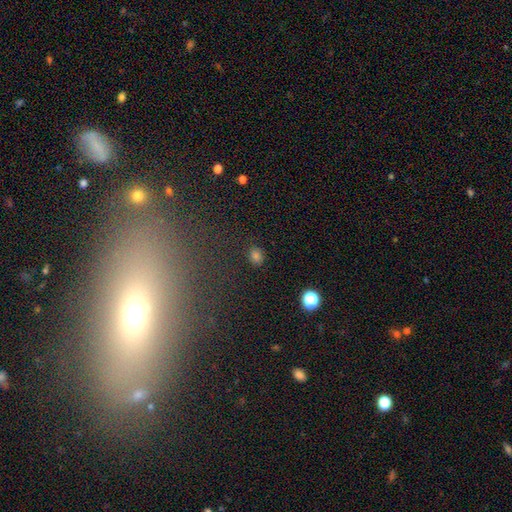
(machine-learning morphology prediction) A smooth galaxy with no disk features (76%) that is round (53%).

Vote fractions:
- Smooth or featured? smooth: 76% / star or artifact: 18% / featured or disk: 6%
- How rounded? round: 53% / in between: 46% / cigar-shaped: 1%
- Merging? none: 85% / minor disturbance: 10% / major disturbance: 3% / merger: 2%